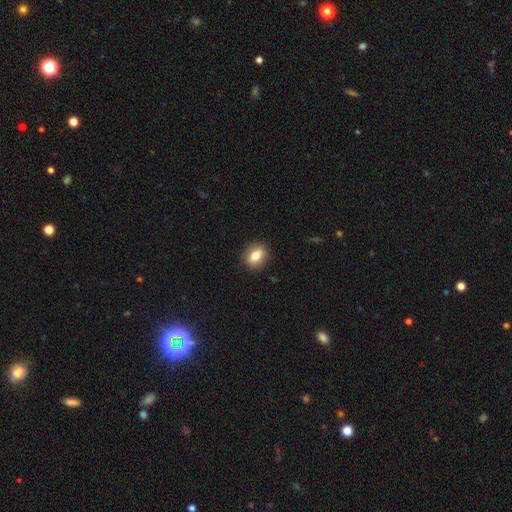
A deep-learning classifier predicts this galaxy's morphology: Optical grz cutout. It shows a smooth galaxy with no disk features (79%) that is in between round and cigar-shaped (59%). Merging: none (89%).